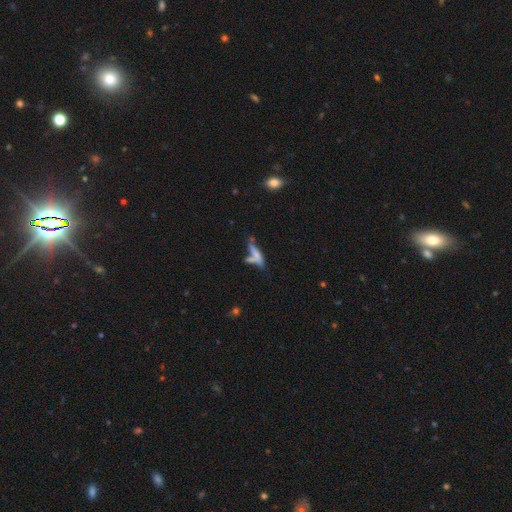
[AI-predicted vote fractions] smooth-or-featured: smooth: 58% | featured or disk: 30% | star or artifact: 11%
  how-rounded: cigar-shaped: 74% | in between: 23% | round: 3%
  merging: none: 38% (tied) | merger: 38% (tied) | minor disturbance: 14% | major disturbance: 10%